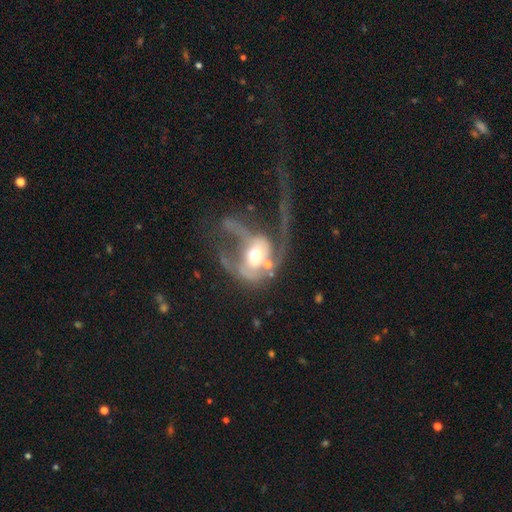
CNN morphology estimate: Smooth or featured? featured or disk (70%)
Edge-on disk? no (96%)
Bar? no (63%)
Spiral arms? yes (65%)
Bulge size? moderate (66%)
Merging? major disturbance (61%)